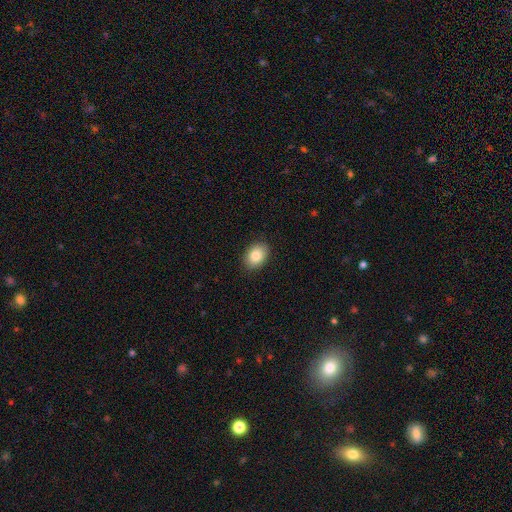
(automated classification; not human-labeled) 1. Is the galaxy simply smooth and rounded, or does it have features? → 85% smooth, 8% star or artifact, 7% featured or disk.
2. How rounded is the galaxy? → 75% in between, 24% round, 1% cigar-shaped.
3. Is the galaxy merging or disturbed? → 88% none, 9% minor disturbance, 2% major disturbance, 1% merger.